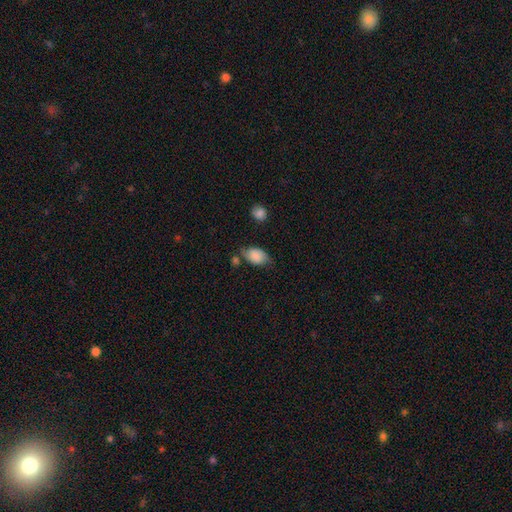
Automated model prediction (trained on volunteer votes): Smooth or featured? Predicted: smooth (p=0.80). How rounded? Predicted: in between (p=0.87). Merging? Predicted: none (p=0.54).